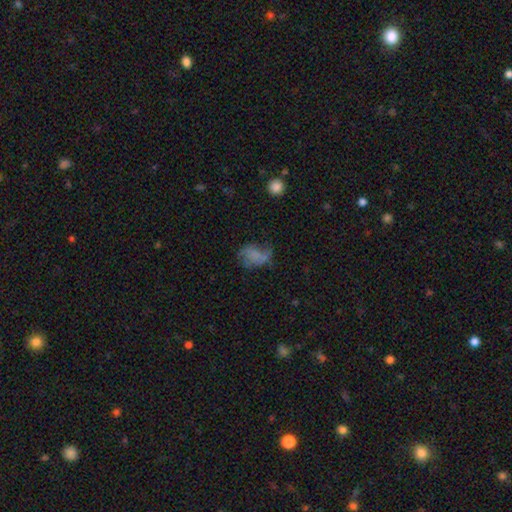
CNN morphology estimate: type=smooth (49%); merging=none (41%).